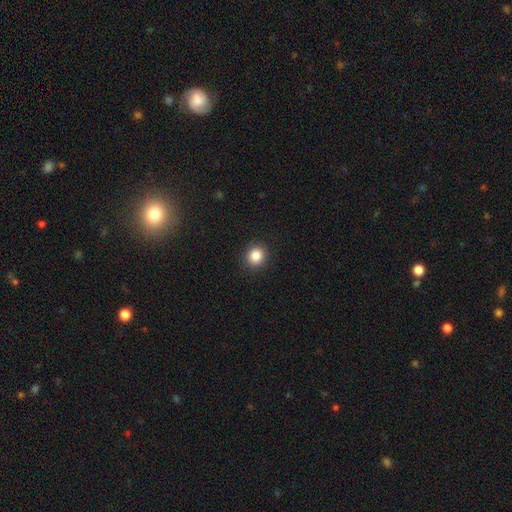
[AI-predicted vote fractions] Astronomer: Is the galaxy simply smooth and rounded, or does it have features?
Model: smooth — 86%.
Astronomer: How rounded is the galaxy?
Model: round — 85%.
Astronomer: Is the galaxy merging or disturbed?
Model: none — 91%.